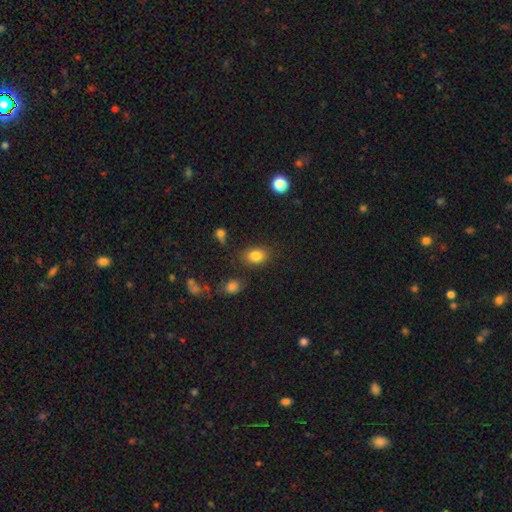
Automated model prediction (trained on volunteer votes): Overall: smooth (83%). How rounded: in between (73%). Merging: none (79%).